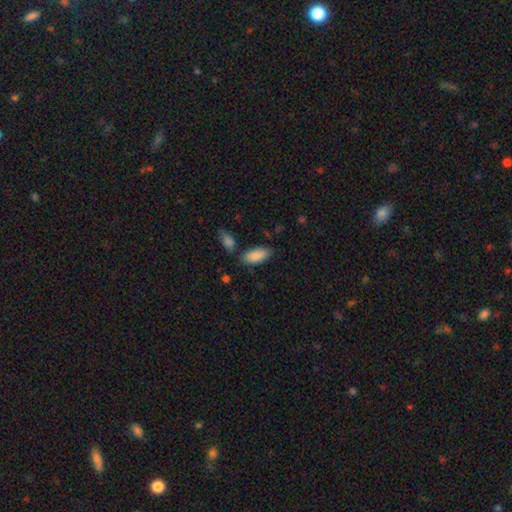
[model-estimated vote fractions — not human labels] A smooth galaxy with no disk features (88%) that is in between round and cigar-shaped (89%).

Vote fractions:
- Smooth or featured? smooth: 88% / featured or disk: 6% / star or artifact: 6%
- How rounded? in between: 89% / cigar-shaped: 9% / round: 2%
- Merging? none: 73% / minor disturbance: 15% / merger: 8% / major disturbance: 3%